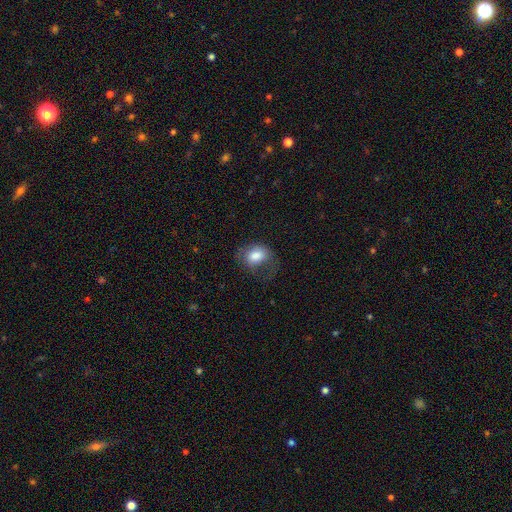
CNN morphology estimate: A smooth galaxy with no disk features (75%) that is in between round and cigar-shaped (70%).

Vote fractions:
- Smooth or featured? smooth: 75% / featured or disk: 16% / star or artifact: 8%
- How rounded? in between: 70% / round: 29% / cigar-shaped: 1%
- Merging? none: 36% / major disturbance: 35% / minor disturbance: 27% / merger: 2%